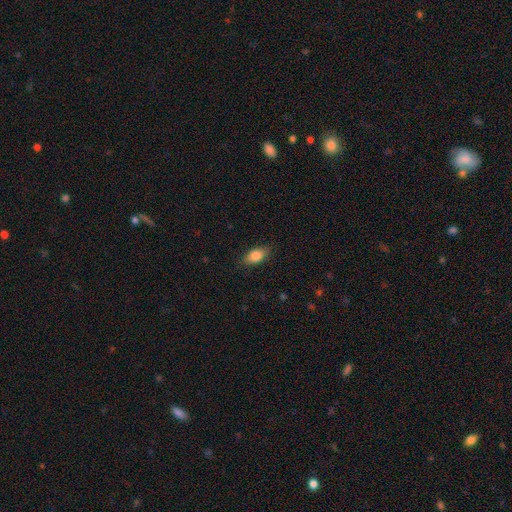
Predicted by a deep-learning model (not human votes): Smooth or featured? smooth (83%)
How rounded? in between (87%)
Merging? none (85%)